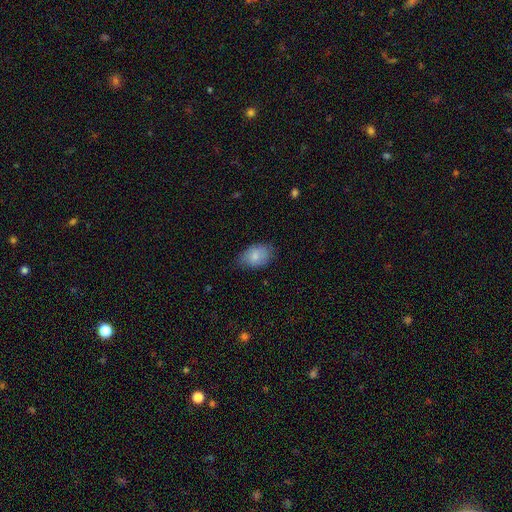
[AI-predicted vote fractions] smooth-or-featured: smooth: 81% | featured or disk: 12% | star or artifact: 7%
  how-rounded: in between: 87% | round: 11% | cigar-shaped: 1%
  merging: none: 68% | minor disturbance: 26% | major disturbance: 5% | merger: 1%